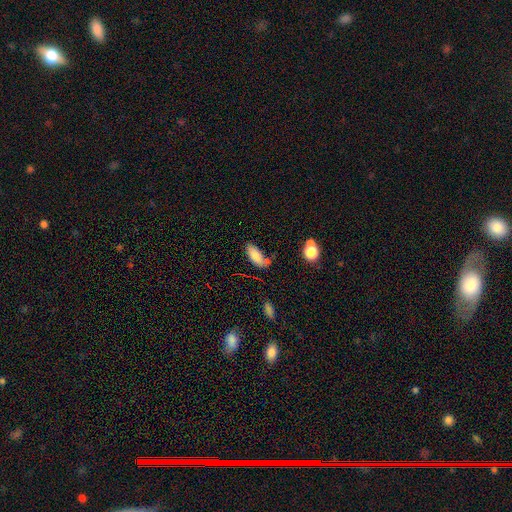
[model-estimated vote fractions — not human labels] A smooth galaxy with no disk features (81%) that is in between round and cigar-shaped (84%).

Vote fractions:
- Smooth or featured? smooth: 81% / featured or disk: 10% / star or artifact: 9%
- How rounded? in between: 84% / cigar-shaped: 13% / round: 3%
- Merging? none: 53% / minor disturbance: 25% / merger: 13% / major disturbance: 9%